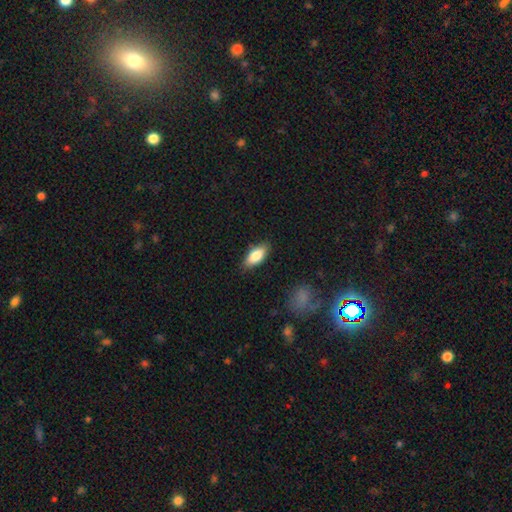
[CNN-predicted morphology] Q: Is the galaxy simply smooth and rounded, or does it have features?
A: smooth — 81%.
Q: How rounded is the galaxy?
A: in between — 83%.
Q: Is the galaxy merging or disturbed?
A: none — 86%.